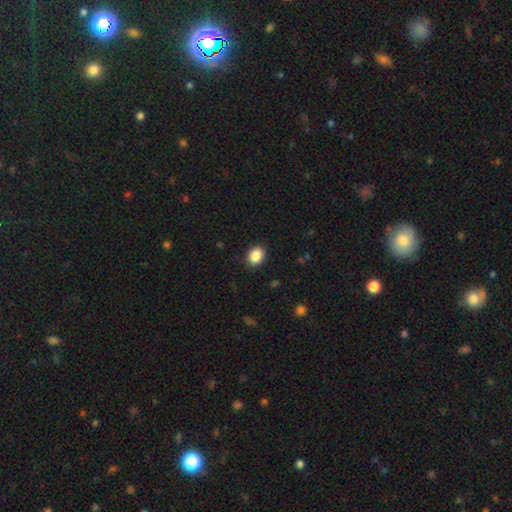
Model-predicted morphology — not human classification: Overall: smooth (88%). How rounded: in between (53%; round 46%). Merging: none (88%).